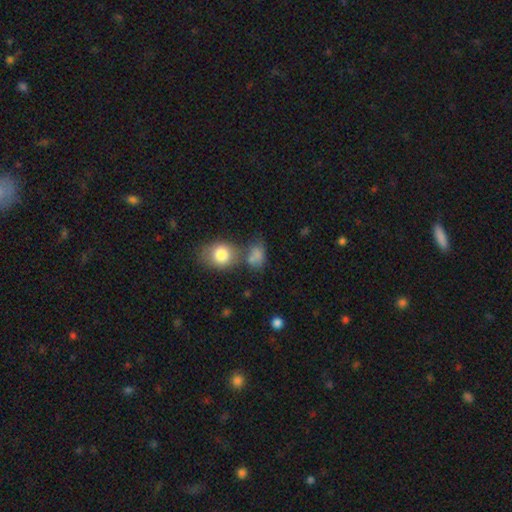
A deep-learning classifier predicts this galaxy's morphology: smooth-or-featured: smooth: 78% | star or artifact: 11% | featured or disk: 10%
  how-rounded: in between: 62% | round: 35% | cigar-shaped: 2%
  merging: none: 39% | merger: 33% | minor disturbance: 17% | major disturbance: 10%